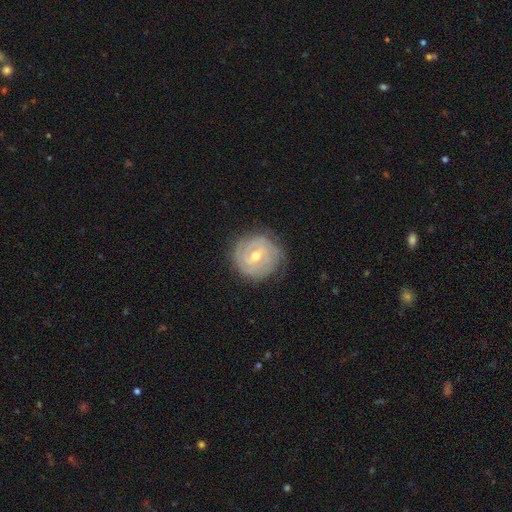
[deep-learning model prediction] Q: Smooth or featured?
A: featured or disk (82%); runner-up: smooth (12%)
Q: Edge-on disk?
A: no (97%); runner-up: yes (3%)
Q: Bar?
A: weak (48%); runner-up: no (36%)
Q: Spiral arms?
A: yes (92%); runner-up: no (8%)
Q: Spiral winding?
A: tight (82%); runner-up: medium (14%)
Q: Spiral arm count?
A: can't tell (35%); runner-up: 2 (27%)
Q: Bulge size?
A: moderate (66%); runner-up: small (31%)
Q: Merging?
A: none (81%); runner-up: minor disturbance (14%)